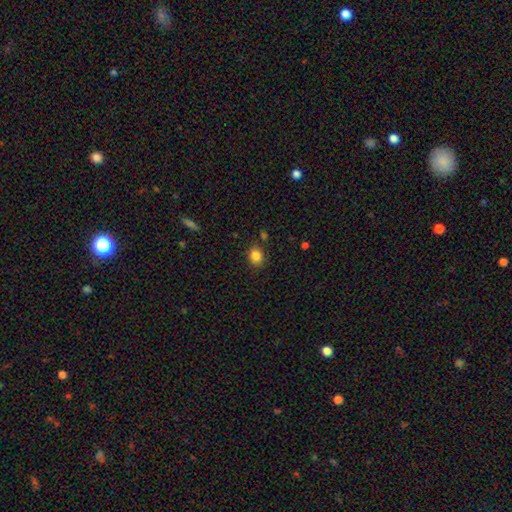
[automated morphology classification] A smooth galaxy with no disk features (85%) that is round (54%). Merging: none (83%).